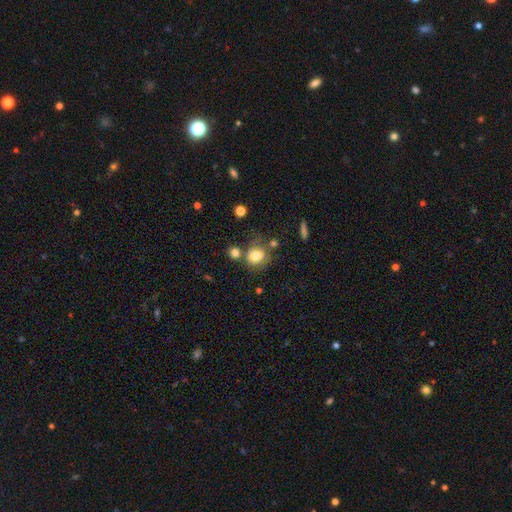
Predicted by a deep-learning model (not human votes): Morphology: type=smooth (76%); roundness=round (71%); merging=none (54%).